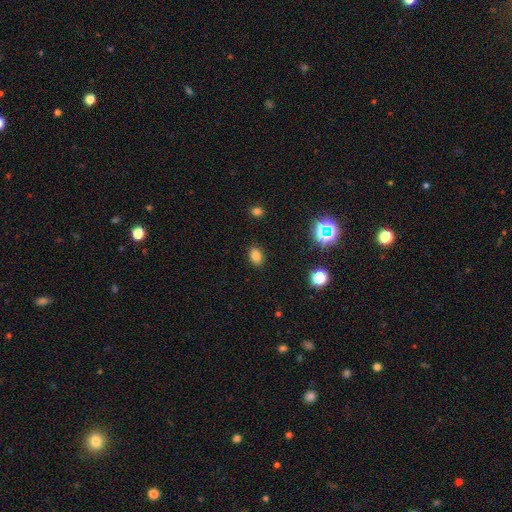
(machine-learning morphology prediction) Smooth or featured? Predicted: smooth (p=0.79). How rounded? Predicted: in between (p=0.75). Merging? Predicted: none (p=0.87).